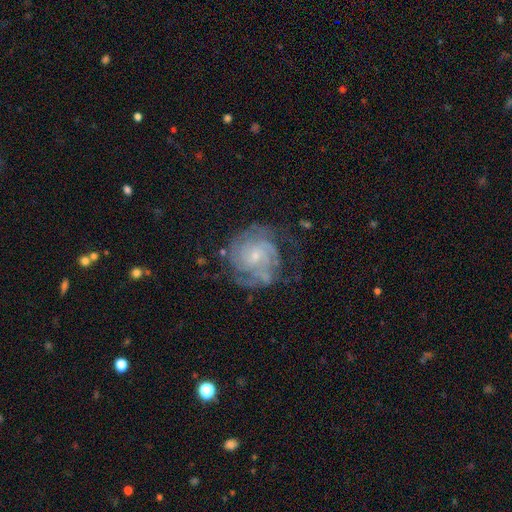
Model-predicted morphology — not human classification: smooth-or-featured: featured or disk: 85% | smooth: 9% | star or artifact: 6%
  disk-edge-on: no: 98% | yes: 2%
    bar: no: 68% | weak: 28% | strong: 5%
    has-spiral-arms: yes: 96% | no: 4%
      spiral-winding: tight: 66% | medium: 28% | loose: 6%
      spiral-arm-count: can't tell: 28% | 2: 25% | 3: 23% | 4: 13% | more than 4: 6% | 1: 6%
    bulge-size: small: 74% | moderate: 20% | none: 4% | large: 1% | dominant: 1%
  merging: none: 64% | minor disturbance: 20% | major disturbance: 14% | merger: 2%